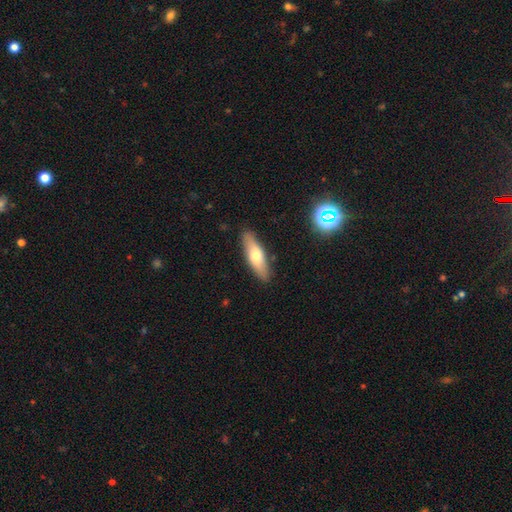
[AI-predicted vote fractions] The model was most divided on "how rounded": cigar-shaped: 55%, in between: 42%, round: 2%. More confident: merging — none (87%); smooth or featured — smooth (62%).